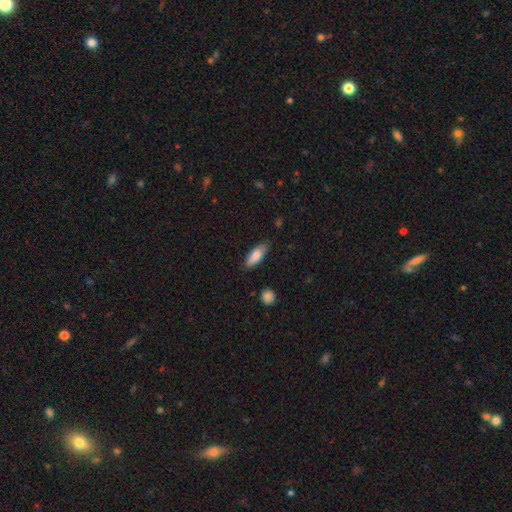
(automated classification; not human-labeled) Overall: smooth (81%). How rounded: in between (69%). Merging: none (81%).